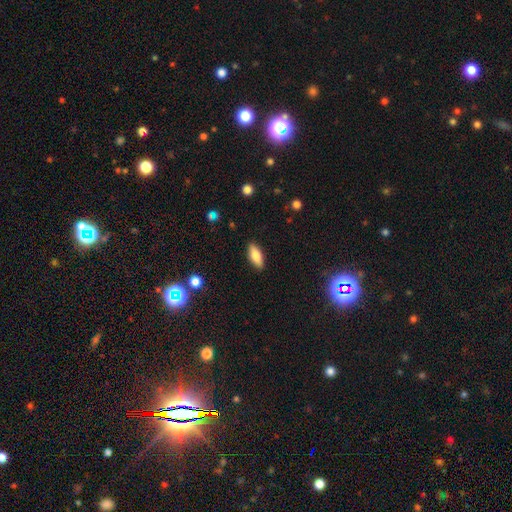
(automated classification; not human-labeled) Smooth or featured? smooth (79%)
How rounded? in between (80%)
Merging? none (88%)